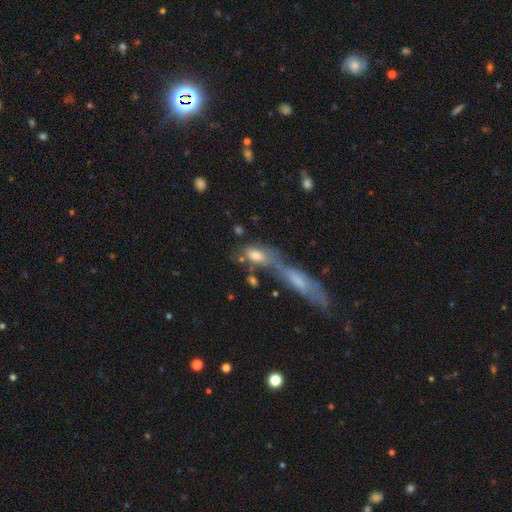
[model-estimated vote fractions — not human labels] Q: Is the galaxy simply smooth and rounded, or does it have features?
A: smooth — 70%.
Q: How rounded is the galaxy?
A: in between — 76%.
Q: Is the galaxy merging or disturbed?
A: merger — 54%.